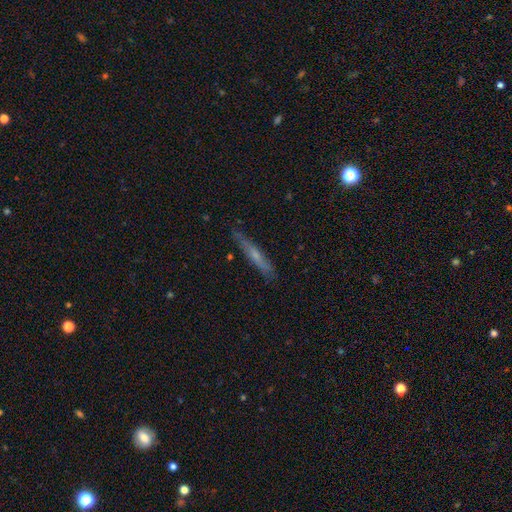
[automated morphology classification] This is possibly a featured or disk galaxy (49%). Merging: clearly none (83%).